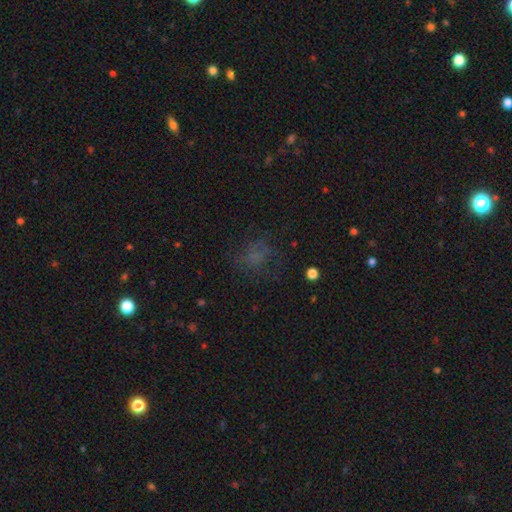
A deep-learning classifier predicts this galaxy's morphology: A smooth galaxy with no disk features (56%) that is round (61%). Merging: none (62%).